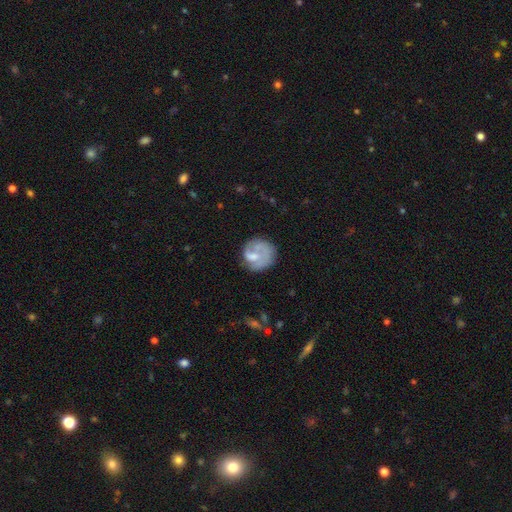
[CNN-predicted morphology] smooth 49%, featured or disk 44%, star or artifact 7%. Down the decision tree: merging — none (54%).